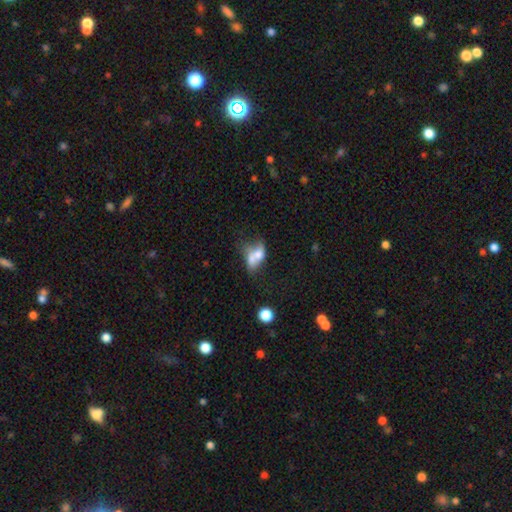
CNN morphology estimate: This is possibly a smooth galaxy (60%). How rounded: likely in between (73%). Merging: likely merger (60%).